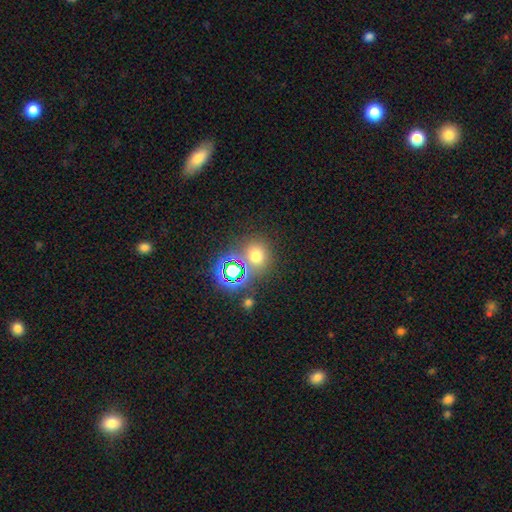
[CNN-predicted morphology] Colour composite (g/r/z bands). It shows a smooth galaxy with no disk features (61%) that is round (82%). Merging: none (71%).